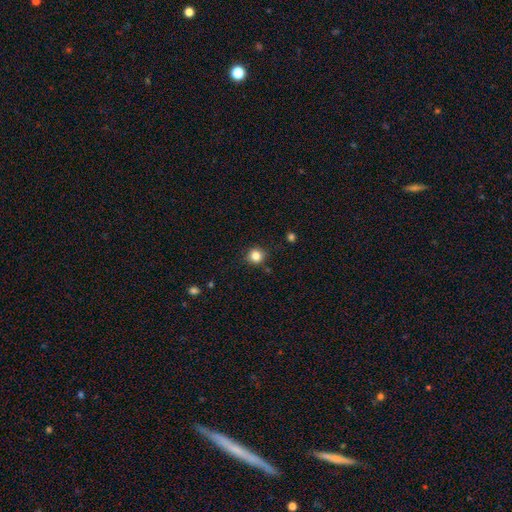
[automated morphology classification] Smooth or featured?
  - smooth: 83% *
  - star or artifact: 12%
  - featured or disk: 5%
How rounded?
  - round: 90% *
  - in between: 9%
  - cigar-shaped: 1%
Merging?
  - none: 87% *
  - minor disturbance: 9%
  - major disturbance: 2%
  - merger: 2%